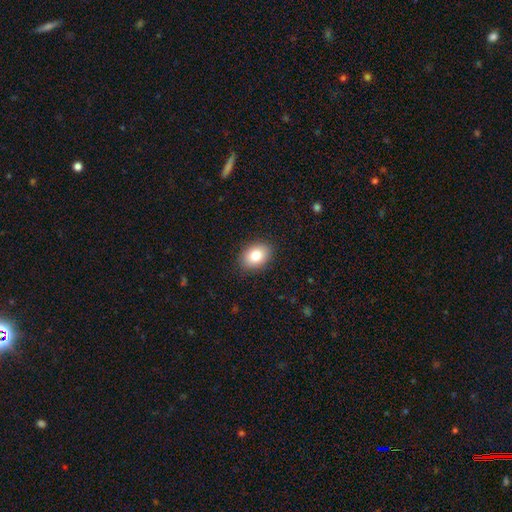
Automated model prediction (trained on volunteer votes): Overall: smooth (83%). How rounded: in between (75%). Merging: none (88%).